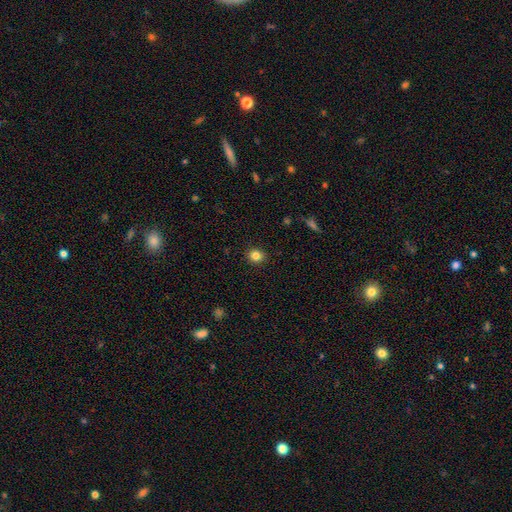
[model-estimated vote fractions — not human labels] Smooth or featured? smooth (83%)
How rounded? round (76%)
Merging? none (90%)